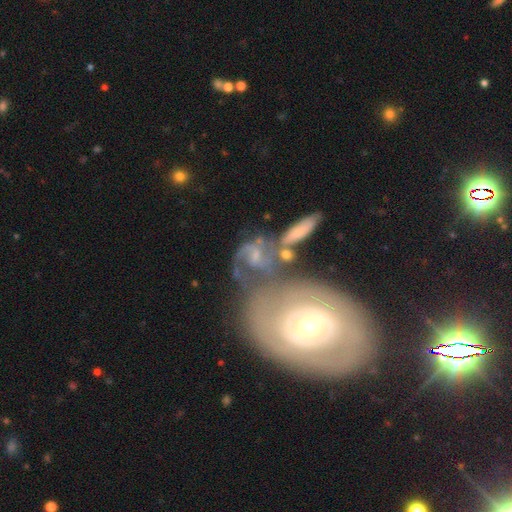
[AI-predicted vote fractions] smooth-or-featured: featured or disk: 73% | smooth: 19% | star or artifact: 9%
  disk-edge-on: no: 95% | yes: 5%
    bar: no: 49% | weak: 37% | strong: 14%
    has-spiral-arms: yes: 87% | no: 13%
      spiral-winding: medium: 42% | tight: 40% | loose: 18%
      spiral-arm-count: 2: 53% | can't tell: 24% | 3: 9% | 1: 7% | 4: 3% | more than 4: 3%
    bulge-size: small: 47% | moderate: 41% | none: 6% | large: 4% | dominant: 2%
  merging: merger: 46% | none: 25% | major disturbance: 16% | minor disturbance: 13%